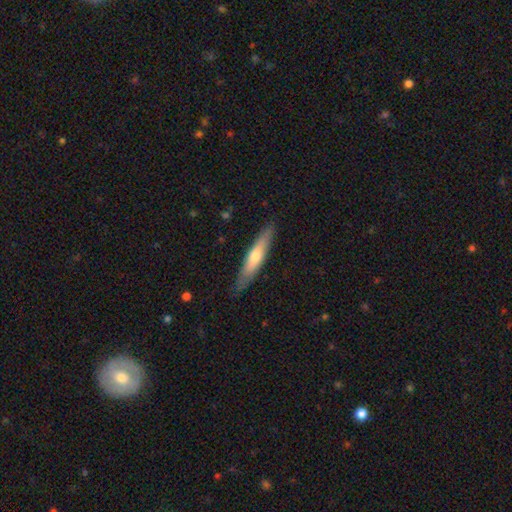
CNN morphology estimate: Smooth or featured?
  - smooth: 54% *
  - featured or disk: 41%
  - star or artifact: 5%
How rounded?
  - cigar-shaped: 86% *
  - in between: 12%
  - round: 1%
Merging?
  - none: 85% *
  - minor disturbance: 11%
  - major disturbance: 2%
  - merger: 1%